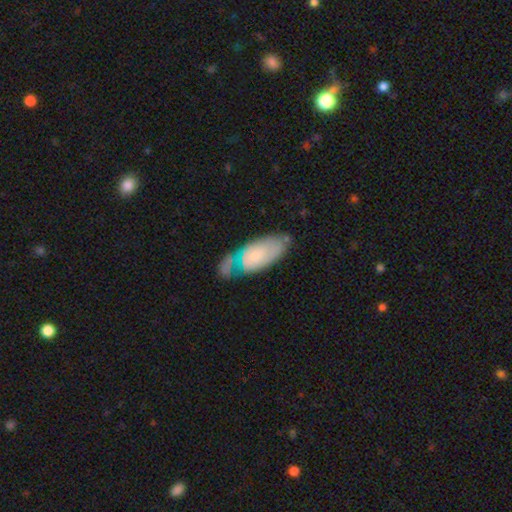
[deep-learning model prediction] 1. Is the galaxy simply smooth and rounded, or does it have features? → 61% smooth, 32% featured or disk, 7% star or artifact.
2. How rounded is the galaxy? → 88% in between, 10% cigar-shaped, 2% round.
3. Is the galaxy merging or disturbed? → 36% none, 28% merger, 24% minor disturbance, 12% major disturbance.